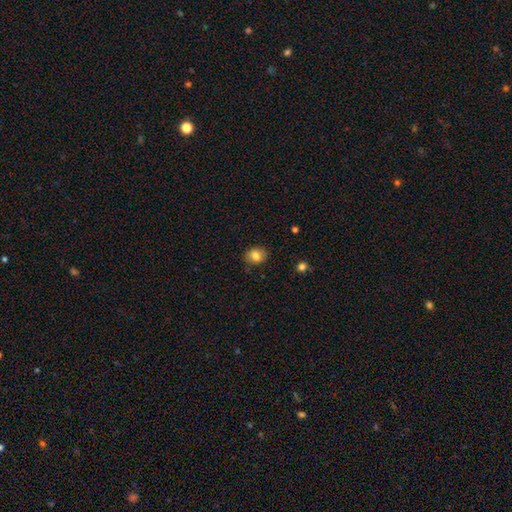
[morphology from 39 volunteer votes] Smooth or featured: smooth — 87% (star or artifact — 8%)
How rounded: in between — 53% (round — 47%)
Merging: none — 83% (minor disturbance — 14%)